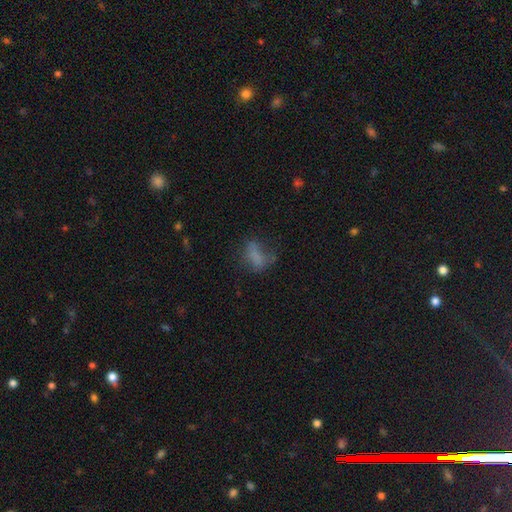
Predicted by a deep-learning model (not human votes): The model was most divided on "merging": none: 41%, major disturbance: 28%, minor disturbance: 25%, merger: 6%. More confident: how rounded — in between (77%); smooth or featured — smooth (64%).